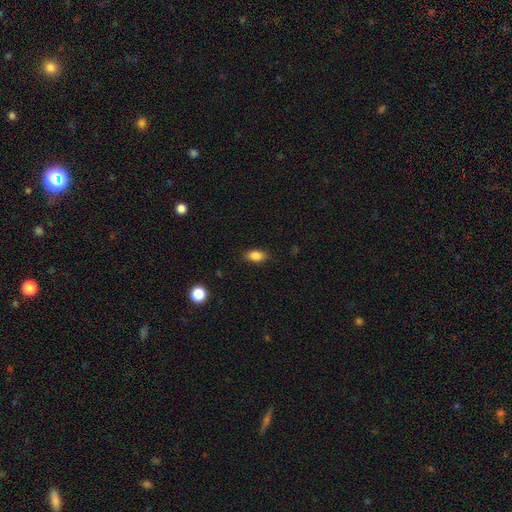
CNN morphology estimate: A smooth galaxy with no disk features (86%) that is in between round and cigar-shaped (87%).

Vote fractions:
- Smooth or featured? smooth: 86% / star or artifact: 9% / featured or disk: 6%
- How rounded? in between: 87% / round: 9% / cigar-shaped: 4%
- Merging? none: 82% / minor disturbance: 14% / major disturbance: 3% / merger: 1%